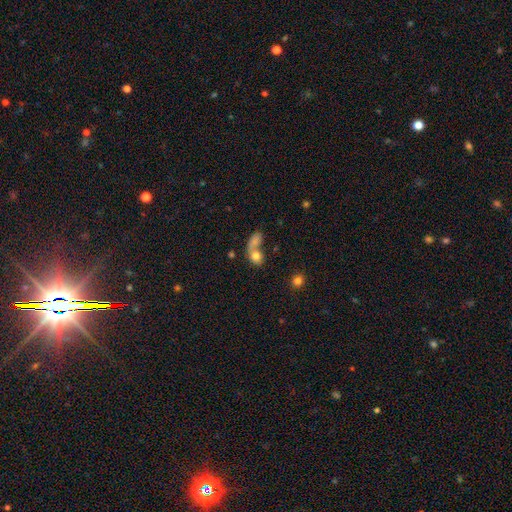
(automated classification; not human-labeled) Q: Smooth or featured?
A: smooth (71%); runner-up: featured or disk (19%)
Q: How rounded?
A: round (49%); runner-up: in between (48%)
Q: Merging?
A: merger (58%); runner-up: none (22%)